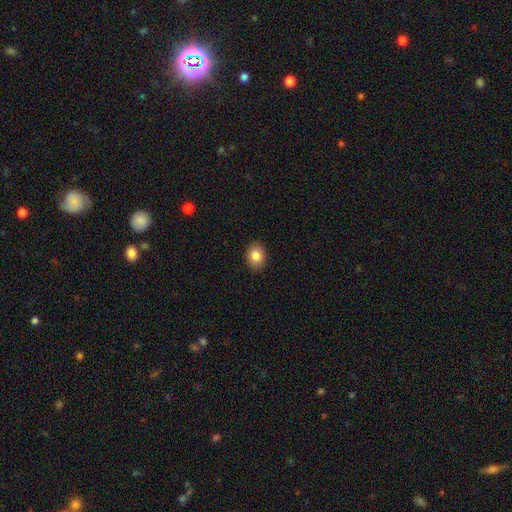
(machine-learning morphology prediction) A smooth galaxy with no disk features (84%) that is in between round and cigar-shaped (62%).

Vote fractions:
- Smooth or featured? smooth: 84% / star or artifact: 8% / featured or disk: 7%
- How rounded? in between: 62% / round: 37% / cigar-shaped: 1%
- Merging? none: 90% / minor disturbance: 8% / major disturbance: 2% / merger: 1%